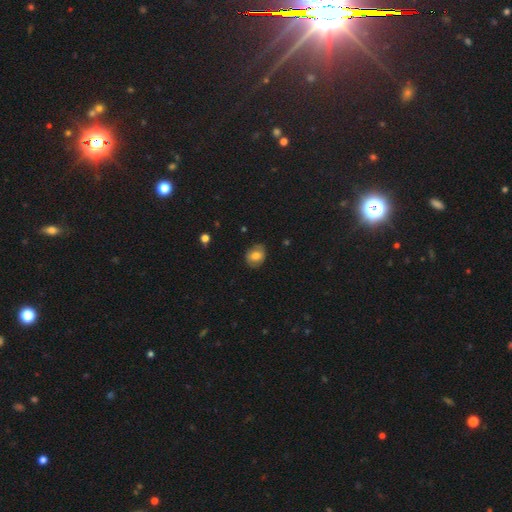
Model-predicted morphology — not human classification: A smooth galaxy with no disk features (72%) that is round (57%). Merging: none (80%).